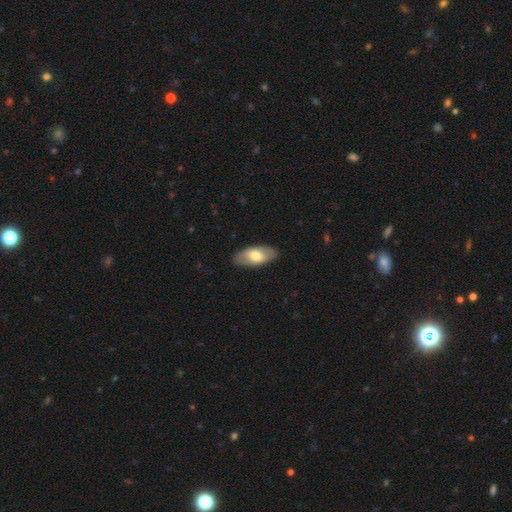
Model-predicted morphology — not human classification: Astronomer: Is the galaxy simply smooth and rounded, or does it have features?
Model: smooth — 61%.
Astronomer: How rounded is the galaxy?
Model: in between — 92%.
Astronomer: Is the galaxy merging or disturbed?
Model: none — 86%.